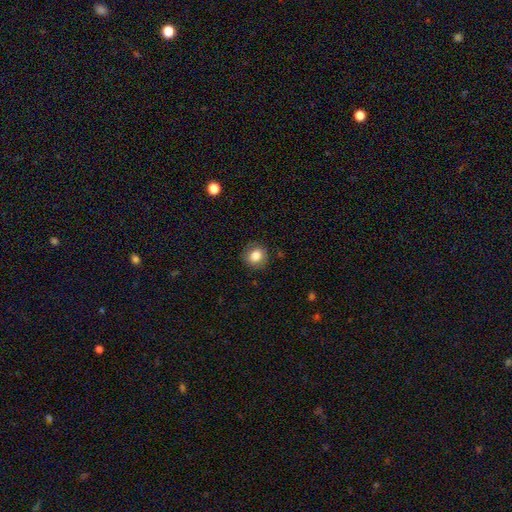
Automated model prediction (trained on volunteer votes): smooth-or-featured: smooth: 84% | star or artifact: 9% | featured or disk: 7%
  how-rounded: round: 80% | in between: 19% | cigar-shaped: 1%
  merging: none: 85% | minor disturbance: 11% | major disturbance: 3% | merger: 1%